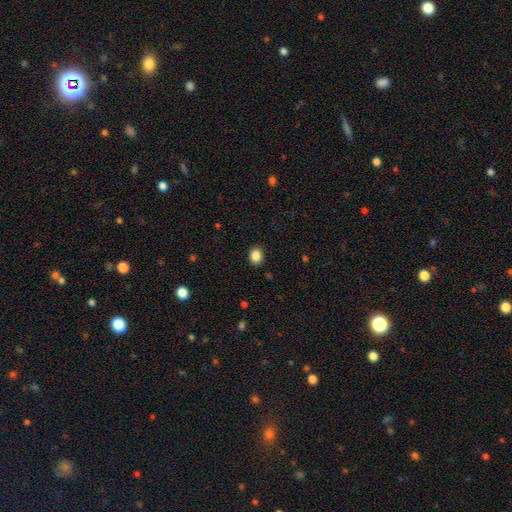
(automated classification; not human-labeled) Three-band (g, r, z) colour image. It shows a smooth galaxy with no disk features (87%) that is round (58%). Merging: none (90%).